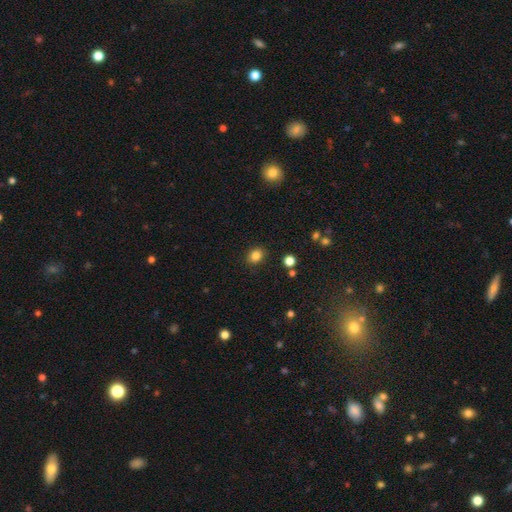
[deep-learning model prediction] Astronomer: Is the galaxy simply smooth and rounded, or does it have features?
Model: smooth — 84%.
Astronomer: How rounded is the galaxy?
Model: round — 54% (runner-up: in between, 46%).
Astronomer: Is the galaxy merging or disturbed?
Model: none — 86%.